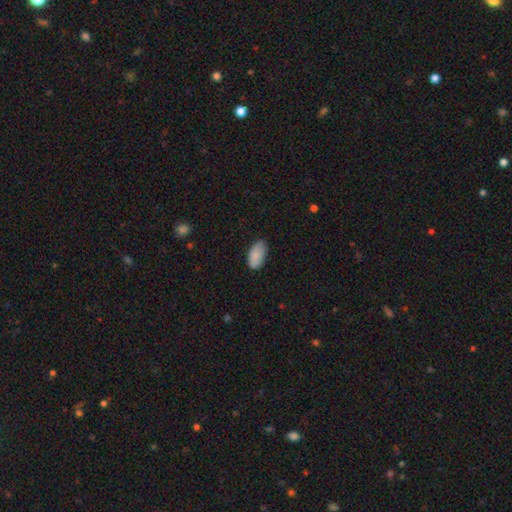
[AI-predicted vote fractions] This appears to be a smooth galaxy with no disk features (86%) that is in between round and cigar-shaped (94%). Merging: none (73%).